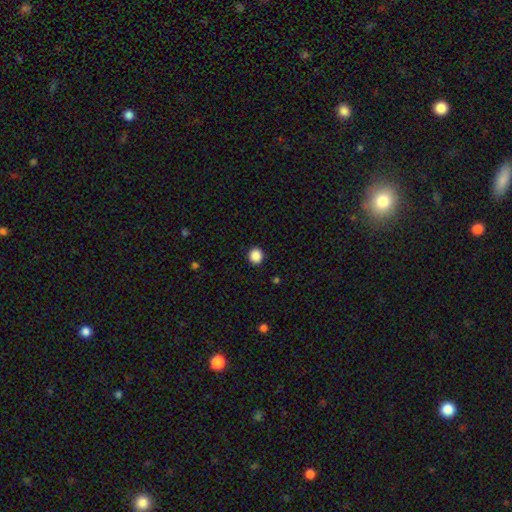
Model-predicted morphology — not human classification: Smooth or featured?
  - smooth: 88% *
  - star or artifact: 10%
  - featured or disk: 2%
How rounded?
  - round: 86% *
  - in between: 13%
  - cigar-shaped: 1%
Merging?
  - none: 92% *
  - minor disturbance: 5%
  - major disturbance: 2%
  - merger: 1%